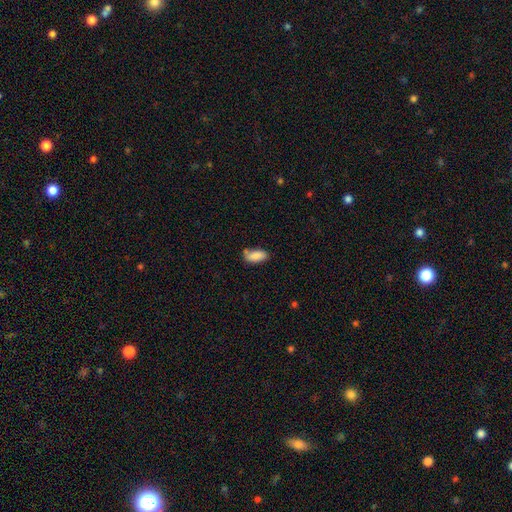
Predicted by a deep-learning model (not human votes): Smooth or featured? smooth (83%)
How rounded? in between (89%)
Merging? none (61%)